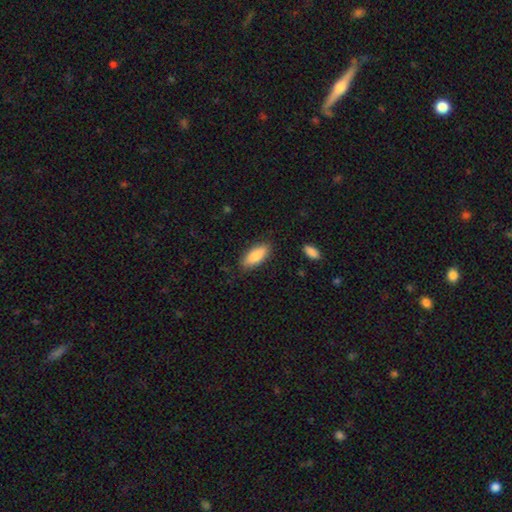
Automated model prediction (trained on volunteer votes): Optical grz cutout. It shows a smooth galaxy with no disk features (84%) that is in between round and cigar-shaped (74%). Merging: none (85%).